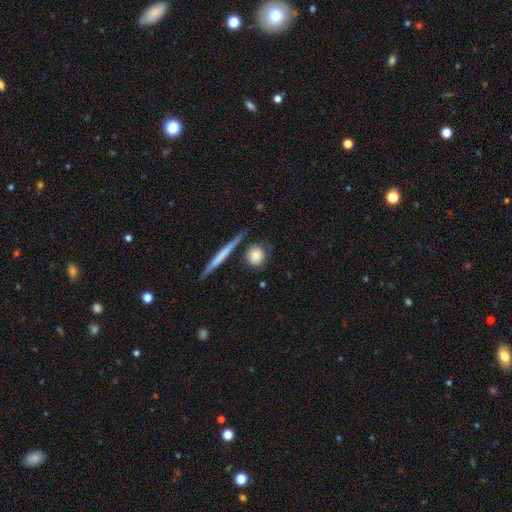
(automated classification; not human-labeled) Smooth or featured?
  - smooth: 77% *
  - featured or disk: 17%
  - star or artifact: 6%
How rounded?
  - round: 69% *
  - in between: 18%
  - cigar-shaped: 13%
Merging?
  - none: 69% *
  - minor disturbance: 17%
  - merger: 8%
  - major disturbance: 6%